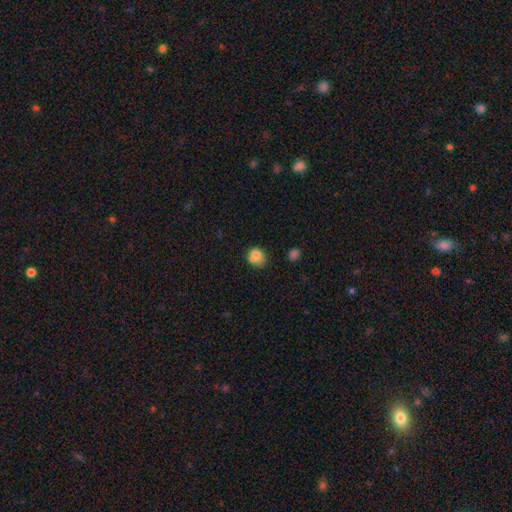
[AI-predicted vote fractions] A smooth galaxy with no disk features (75%) that is round (61%). Merging: none (43%).